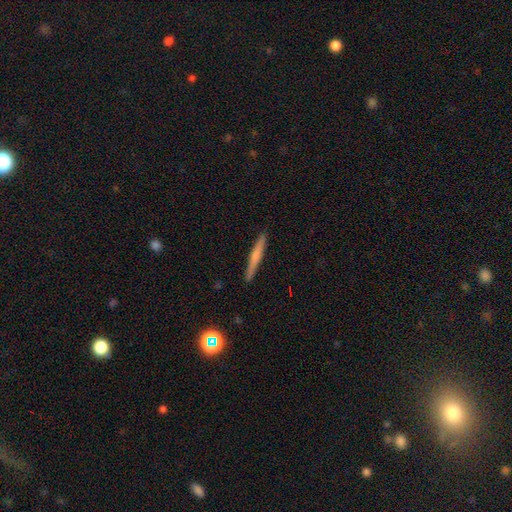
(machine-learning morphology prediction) Overall: smooth (52%; featured or disk 41%). How rounded: cigar-shaped (96%). Merging: none (91%).